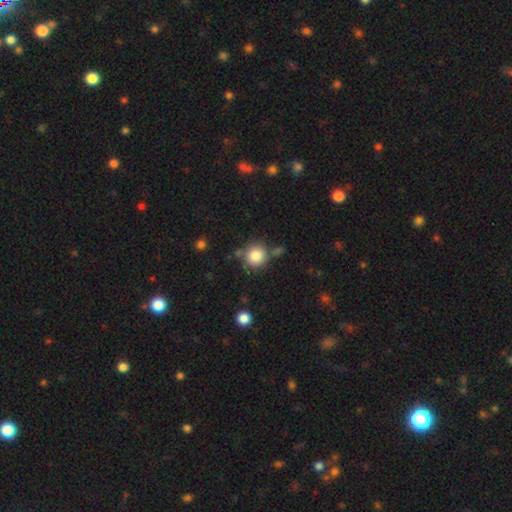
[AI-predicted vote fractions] smooth-or-featured: smooth: 84% | star or artifact: 10% | featured or disk: 6%
  how-rounded: round: 91% | in between: 8% | cigar-shaped: 1%
  merging: none: 73% | minor disturbance: 12% | merger: 11% | major disturbance: 4%